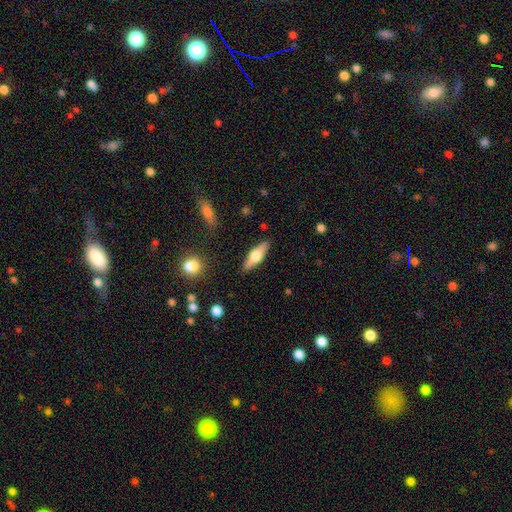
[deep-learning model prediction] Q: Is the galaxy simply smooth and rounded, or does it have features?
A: featured or disk — 51%.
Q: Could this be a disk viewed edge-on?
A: yes — 91%.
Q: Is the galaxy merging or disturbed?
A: none — 87%.